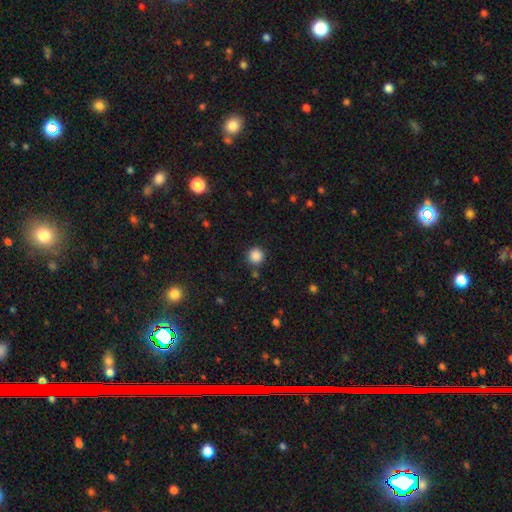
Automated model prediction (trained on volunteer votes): Overall: smooth (86%). How rounded: round (95%). Merging: none (86%).